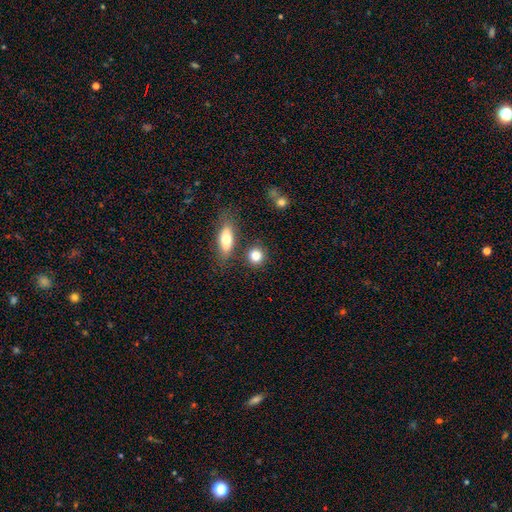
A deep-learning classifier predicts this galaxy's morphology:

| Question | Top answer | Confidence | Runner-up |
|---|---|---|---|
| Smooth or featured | smooth | 83% | star or artifact (9%) |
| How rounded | round | 79% | in between (19%) |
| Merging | none | 78% | merger (10%) |